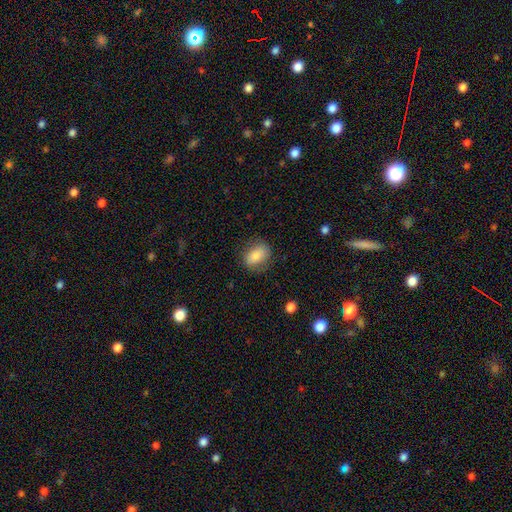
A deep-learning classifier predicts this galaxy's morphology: smooth 80%, featured or disk 12%, star or artifact 8%. Down the decision tree: how rounded — in between (74%); merging — none (78%).